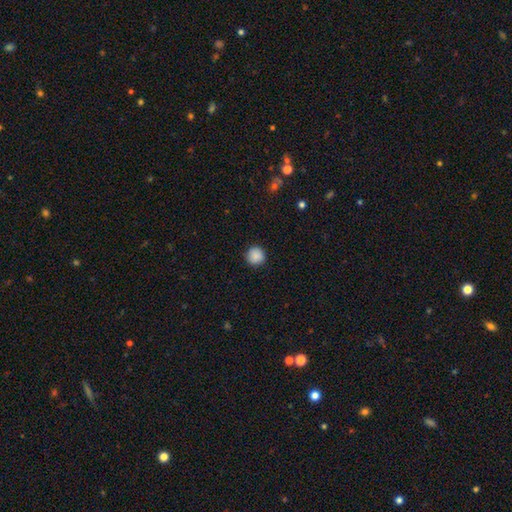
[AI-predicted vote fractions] Smooth or featured?
  - smooth: 88% *
  - star or artifact: 8%
  - featured or disk: 3%
How rounded?
  - round: 95% *
  - in between: 4%
  - cigar-shaped: 1%
Merging?
  - none: 91% *
  - minor disturbance: 7%
  - major disturbance: 2%
  - merger: 1%